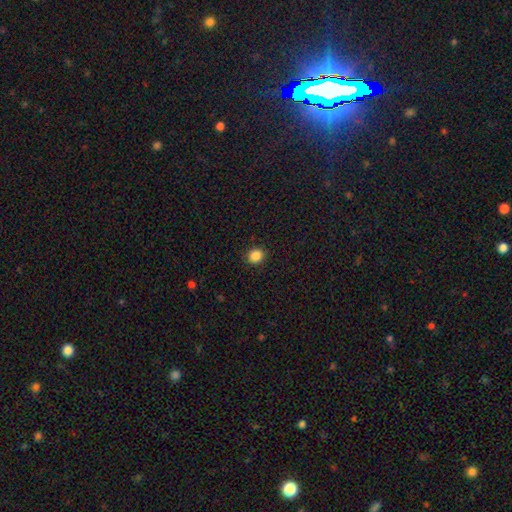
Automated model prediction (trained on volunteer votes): The model was most divided on "how rounded": round: 82%, in between: 17%, cigar-shaped: 1%. More confident: merging — none (90%); smooth or featured — smooth (87%).